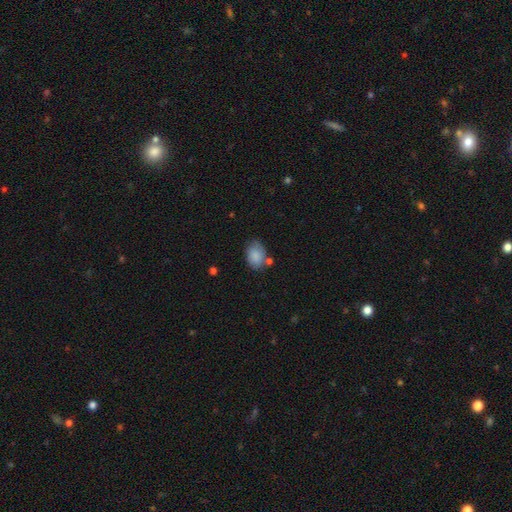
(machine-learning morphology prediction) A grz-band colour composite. It shows a smooth galaxy with no disk features (84%) that is in between round and cigar-shaped (79%). Merging: none (62%).